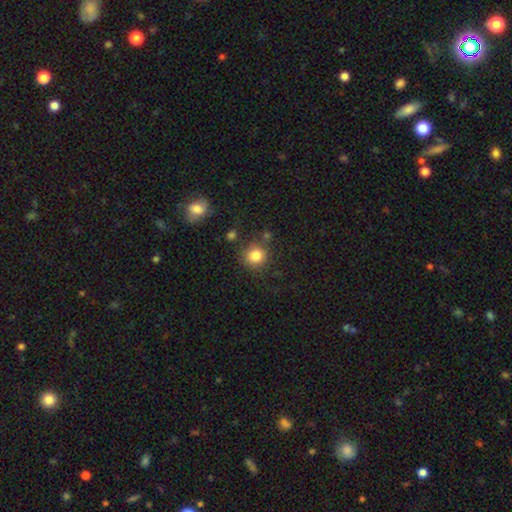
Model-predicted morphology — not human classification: smooth_or_featured: smooth (p=0.83) [alt: star or artifact p=0.11]
how_rounded: round (p=0.87) [alt: in between p=0.12]
merging: none (p=0.78) [alt: minor disturbance p=0.12]